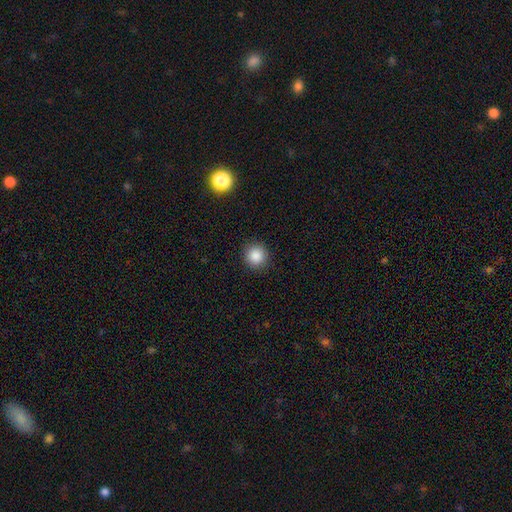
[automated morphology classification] smooth 87%, star or artifact 10%, featured or disk 3%. Down the decision tree: how rounded — round (94%); merging — none (91%).